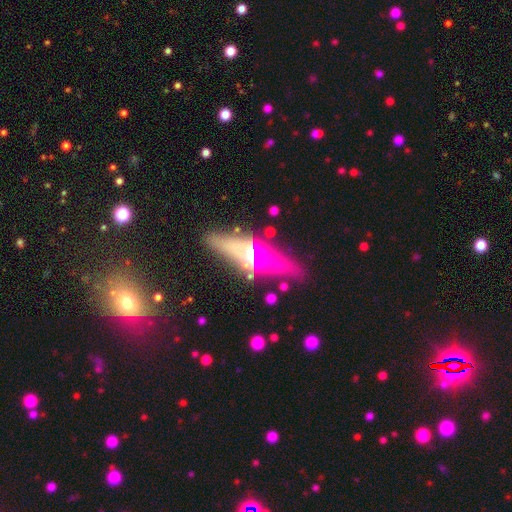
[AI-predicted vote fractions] A featured or disk galaxy (59%) viewed edge-on (82%). Merging: none (81%).